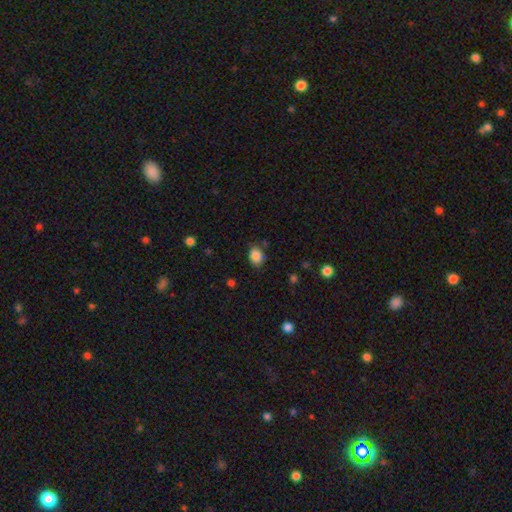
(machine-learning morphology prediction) type=smooth (86%); roundness=in between (58%); merging=none (74%).